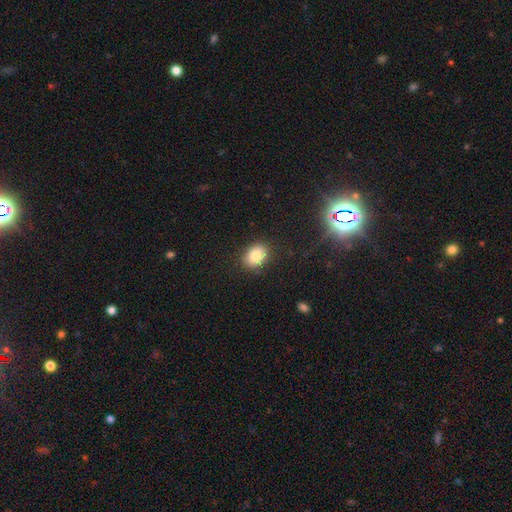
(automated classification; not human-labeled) Overall: smooth (81%). How rounded: in between (65%; round 34%). Merging: none (86%).